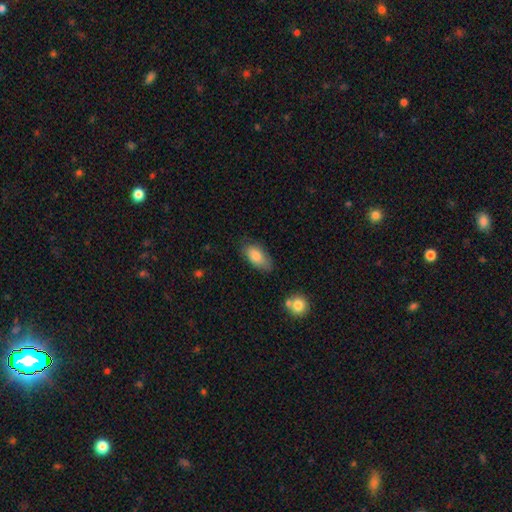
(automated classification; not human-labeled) smooth_or_featured: smooth (p=0.84) [alt: featured or disk p=0.10]
how_rounded: in between (p=0.90) [alt: cigar-shaped p=0.06]
merging: none (p=0.70) [alt: minor disturbance p=0.23]